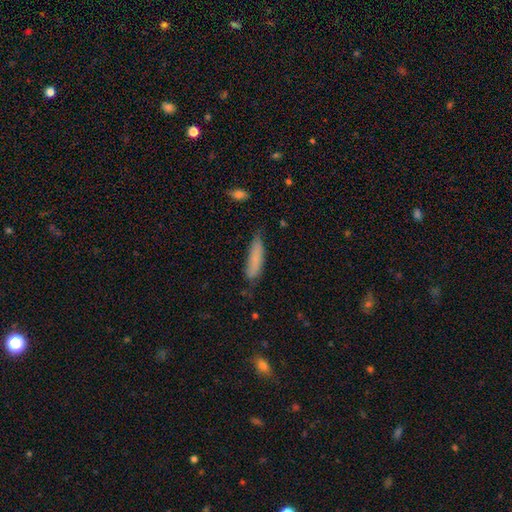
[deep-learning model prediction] Overall: smooth (80%). How rounded: cigar-shaped (71%). Merging: none (63%; minor disturbance 28%).